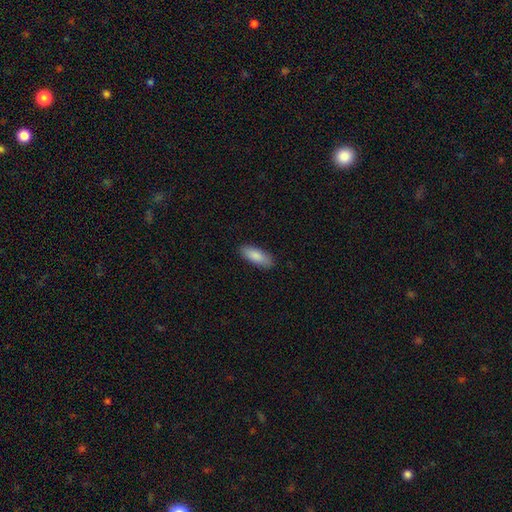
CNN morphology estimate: The model was most divided on "how rounded": in between: 70%, cigar-shaped: 28%, round: 2%. More confident: smooth or featured — smooth (87%); merging — none (87%).